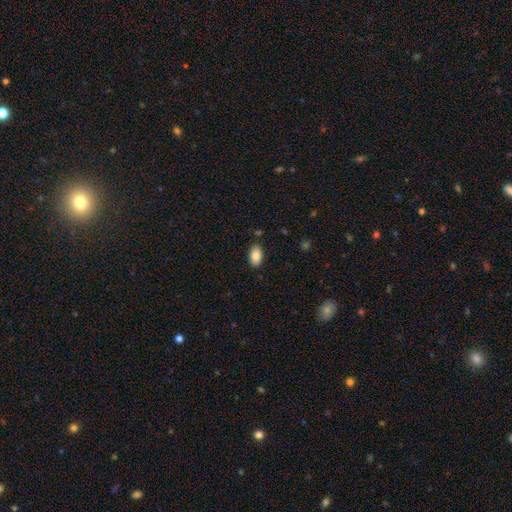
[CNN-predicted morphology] A smooth galaxy with no disk features (84%) that is in between round and cigar-shaped (93%).

Vote fractions:
- Smooth or featured? smooth: 84% / featured or disk: 9% / star or artifact: 7%
- How rounded? in between: 93% / round: 5% / cigar-shaped: 2%
- Merging? none: 86% / minor disturbance: 10% / major disturbance: 2% / merger: 2%